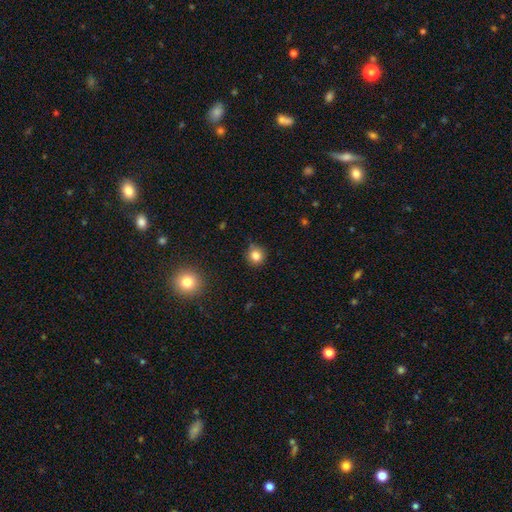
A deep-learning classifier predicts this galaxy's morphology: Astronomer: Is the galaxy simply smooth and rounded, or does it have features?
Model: smooth — 82%.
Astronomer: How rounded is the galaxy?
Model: round — 92%.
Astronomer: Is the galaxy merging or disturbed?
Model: none — 85%.